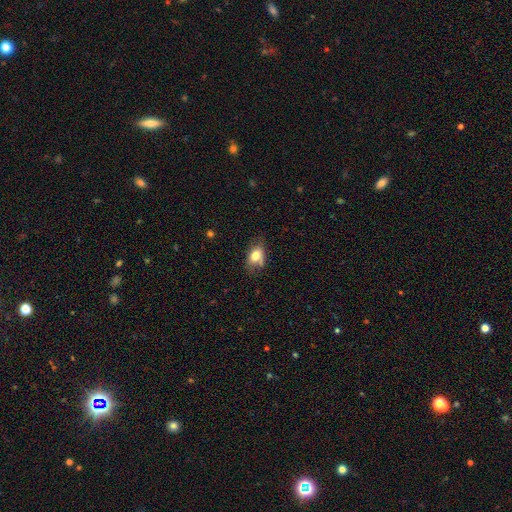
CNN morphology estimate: A smooth galaxy with no disk features (72%) that is in between round and cigar-shaped (82%). Merging: none (54%).